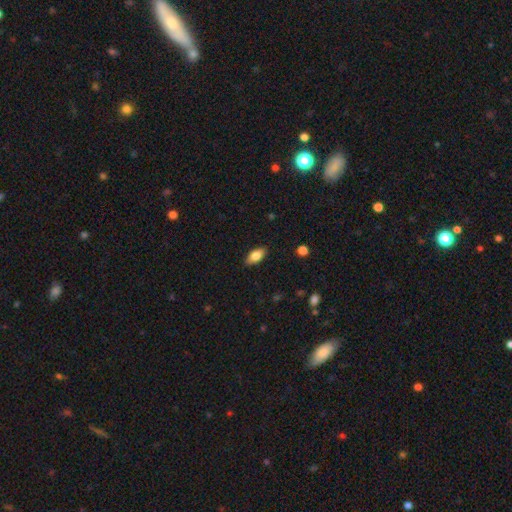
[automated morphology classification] Q: Smooth or featured?
A: smooth (75%); runner-up: featured or disk (17%)
Q: How rounded?
A: in between (86%); runner-up: cigar-shaped (11%)
Q: Merging?
A: none (88%); runner-up: minor disturbance (9%)